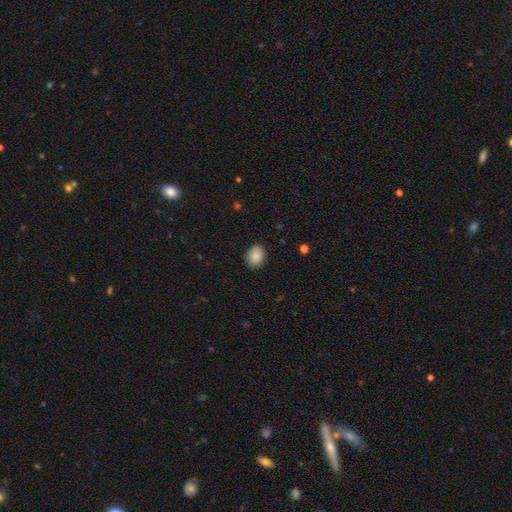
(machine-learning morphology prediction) The model was most divided on "how rounded": in between: 56%, round: 43%, cigar-shaped: 1%. More confident: smooth or featured — smooth (89%); merging — none (87%).